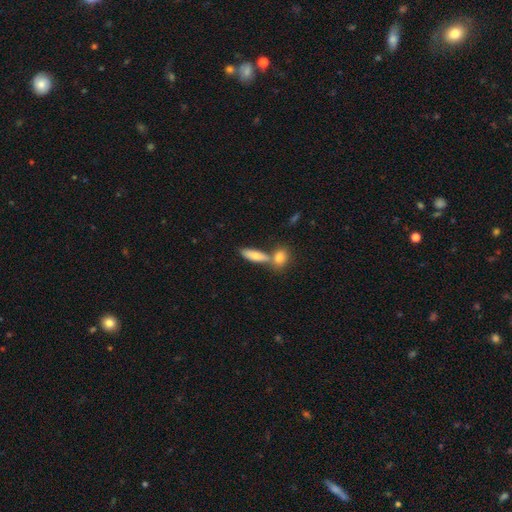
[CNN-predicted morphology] A smooth galaxy with no disk features (72%) that is in between round and cigar-shaped (55%).

Vote fractions:
- Smooth or featured? smooth: 72% / featured or disk: 20% / star or artifact: 8%
- How rounded? in between: 55% / cigar-shaped: 41% / round: 4%
- Merging? none: 48% / merger: 39% / minor disturbance: 10% / major disturbance: 3%